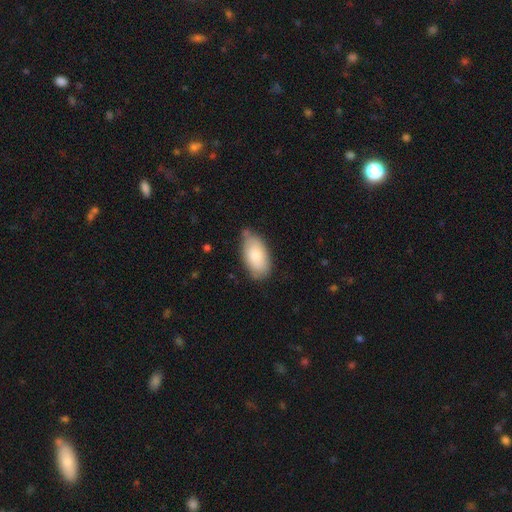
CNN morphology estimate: Q: Smooth or featured?
A: smooth (81%); runner-up: featured or disk (13%)
Q: How rounded?
A: in between (94%); runner-up: cigar-shaped (4%)
Q: Merging?
A: none (69%); runner-up: minor disturbance (23%)